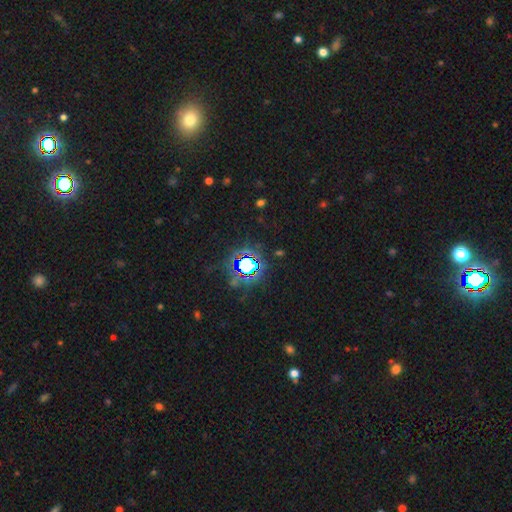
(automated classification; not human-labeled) smooth-or-featured: star or artifact: 74% | smooth: 17% | featured or disk: 10%